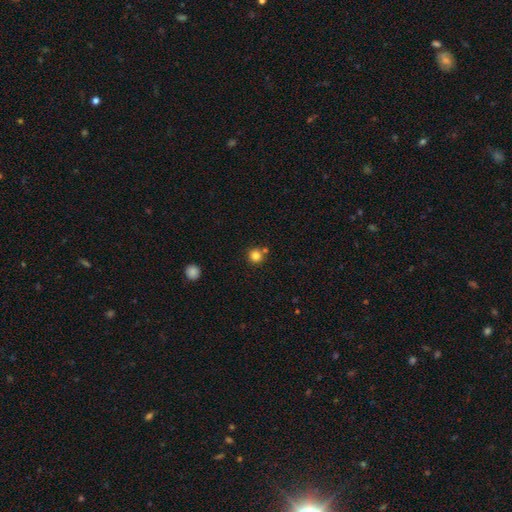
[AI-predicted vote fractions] Morphology: type=smooth (82%); roundness=round (94%); merging=none (75%).